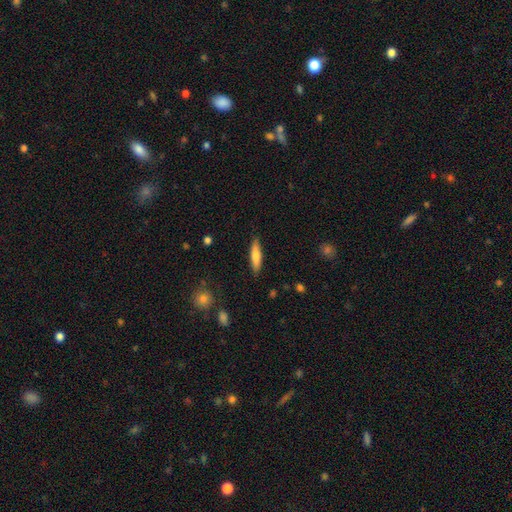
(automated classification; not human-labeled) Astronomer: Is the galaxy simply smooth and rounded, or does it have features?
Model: smooth — 73%.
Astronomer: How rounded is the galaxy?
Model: cigar-shaped — 76%.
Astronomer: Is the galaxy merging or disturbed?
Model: none — 86%.